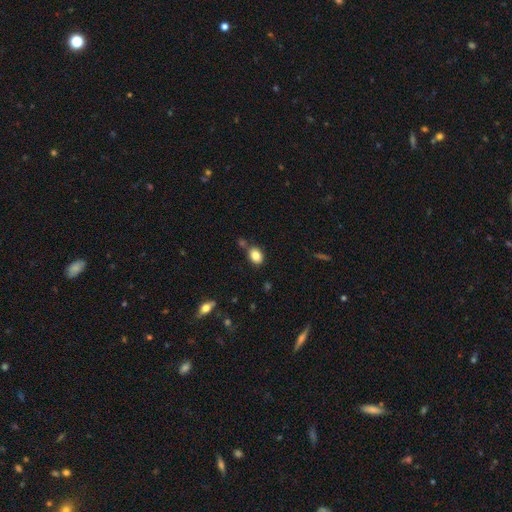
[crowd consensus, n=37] This is clearly a smooth galaxy (89%). How rounded: clearly in between (82%). Merging: likely none (72%).